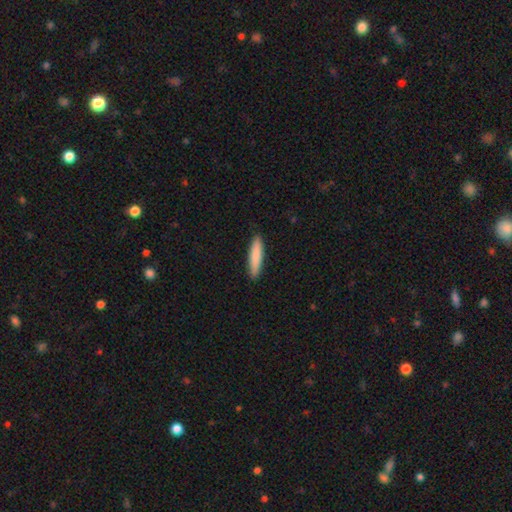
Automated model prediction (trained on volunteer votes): A smooth galaxy with no disk features (84%) that is cigar-shaped (84%).

Vote fractions:
- Smooth or featured? smooth: 84% / featured or disk: 10% / star or artifact: 5%
- How rounded? cigar-shaped: 84% / in between: 15% / round: 1%
- Merging? none: 90% / minor disturbance: 8% / major disturbance: 2% / merger: 1%